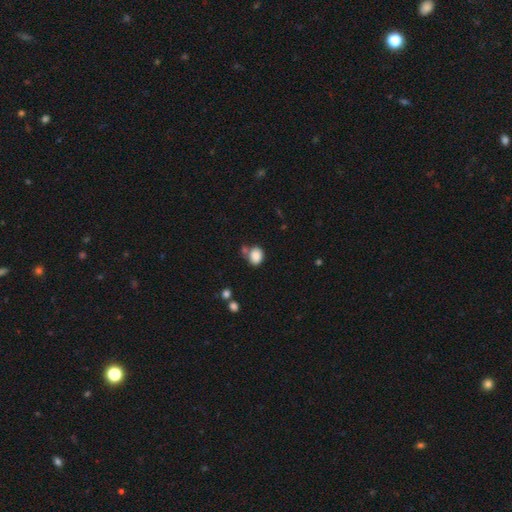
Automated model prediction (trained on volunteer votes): This is clearly a smooth galaxy (86%). How rounded: possibly in between (51%). Merging: likely none (62%).